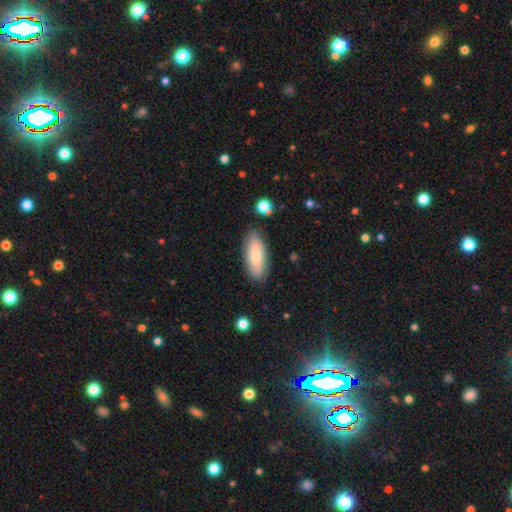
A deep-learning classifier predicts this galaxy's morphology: Smooth or featured: smooth — 70% (featured or disk — 24%)
How rounded: in between — 74% (cigar-shaped — 23%)
Merging: none — 84% (minor disturbance — 11%)